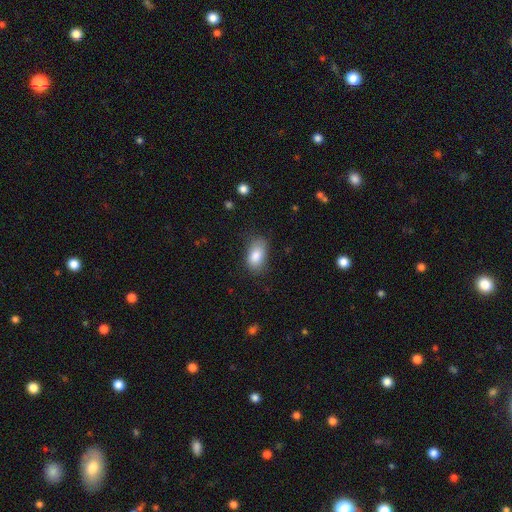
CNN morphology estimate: The model was most divided on "merging": none: 68%, minor disturbance: 24%, major disturbance: 7%, merger: 2%. More confident: how rounded — in between (91%); smooth or featured — smooth (84%).